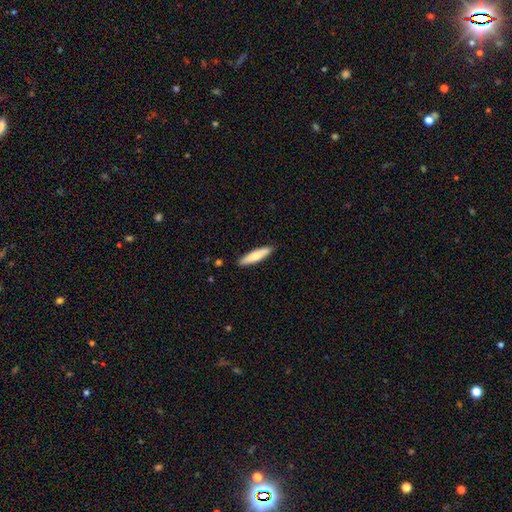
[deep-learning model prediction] Smooth or featured? Predicted: smooth (p=0.74). How rounded? Predicted: cigar-shaped (p=0.80). Merging? Predicted: none (p=0.89).